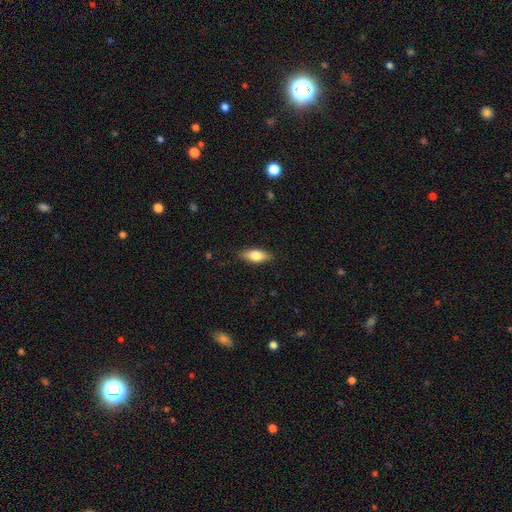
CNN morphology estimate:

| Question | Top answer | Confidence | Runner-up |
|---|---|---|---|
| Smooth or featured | smooth | 74% | featured or disk (19%) |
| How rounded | in between | 77% | cigar-shaped (20%) |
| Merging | none | 87% | minor disturbance (10%) |